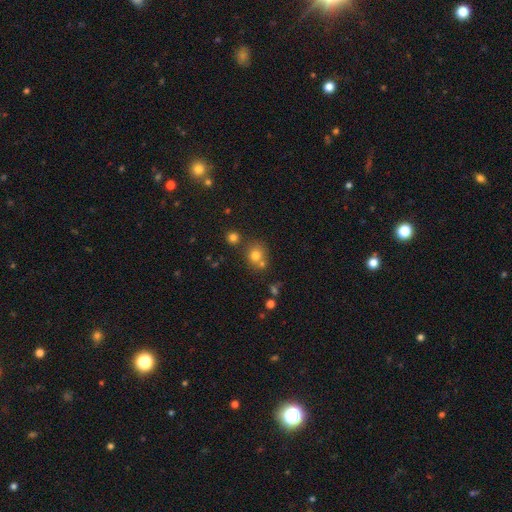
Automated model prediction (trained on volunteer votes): Smooth or featured: smooth — 74% (star or artifact — 15%)
How rounded: round — 81% (in between — 18%)
Merging: none — 60% (merger — 25%)